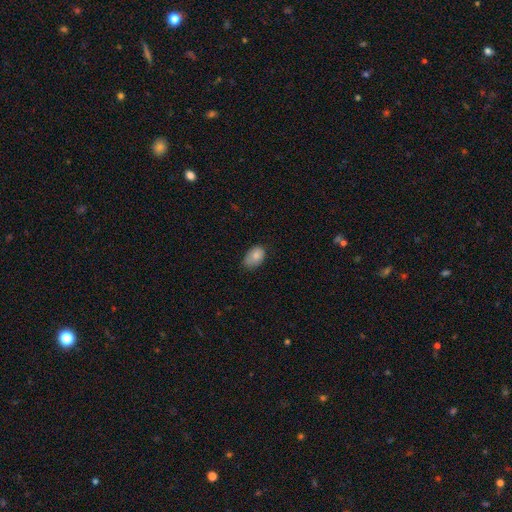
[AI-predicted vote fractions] Smooth or featured? Predicted: smooth (p=0.83). How rounded? Predicted: in between (p=0.88). Merging? Predicted: none (p=0.52).